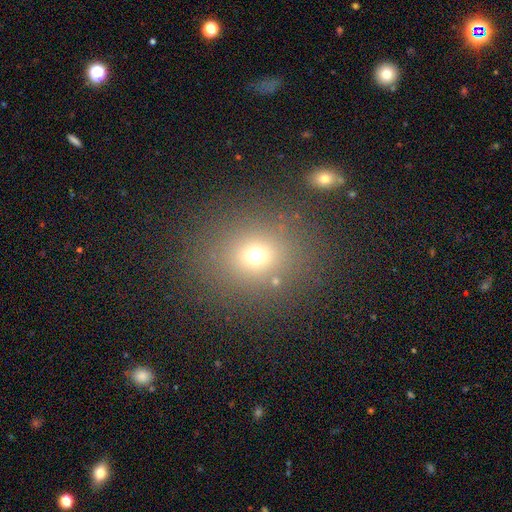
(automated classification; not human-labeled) A smooth galaxy with no disk features (67%) that is round (73%).

Vote fractions:
- Smooth or featured? smooth: 67% / star or artifact: 22% / featured or disk: 11%
- How rounded? round: 73% / in between: 26% / cigar-shaped: 1%
- Merging? none: 82% / minor disturbance: 9% / major disturbance: 5% / merger: 4%